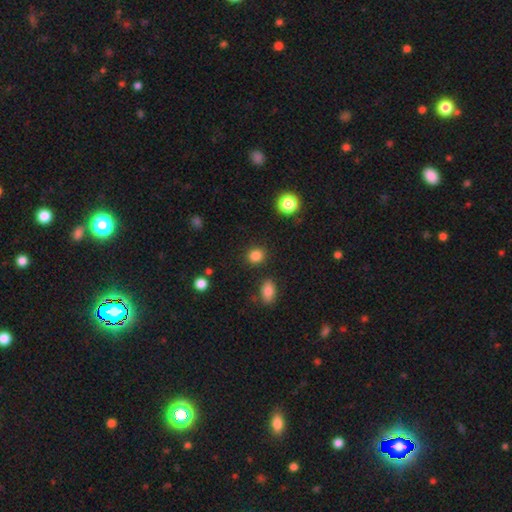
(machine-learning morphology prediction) A smooth galaxy with no disk features (84%) that is round (77%). Merging: none (87%).